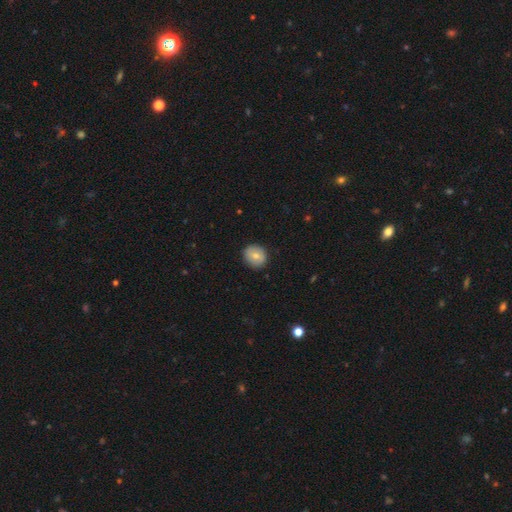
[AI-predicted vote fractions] A smooth galaxy with no disk features (68%) that is round (75%). Merging: none (87%).